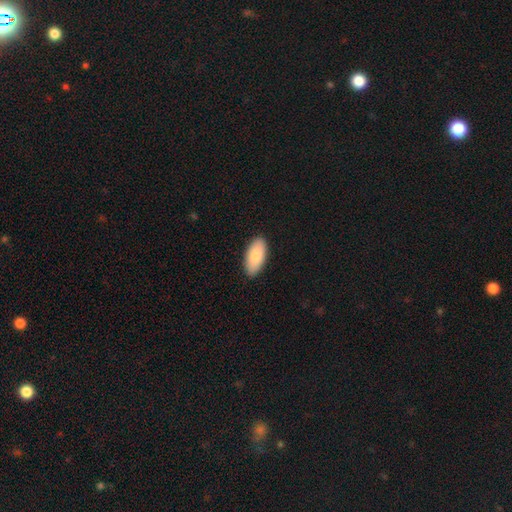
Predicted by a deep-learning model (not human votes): Smooth or featured? Predicted: smooth (p=0.86). How rounded? Predicted: in between (p=0.93). Merging? Predicted: none (p=0.89).